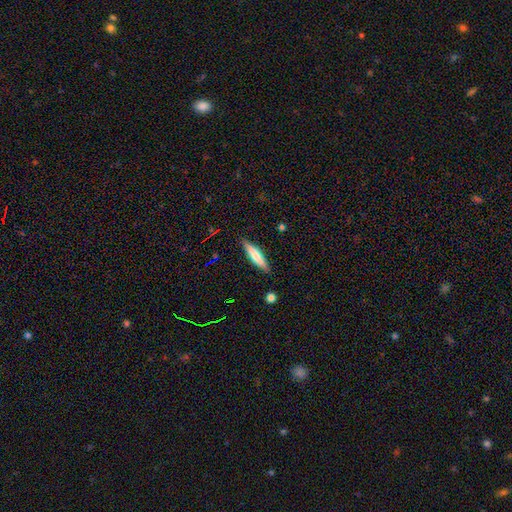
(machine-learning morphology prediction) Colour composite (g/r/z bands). It shows a smooth galaxy with no disk features (65%) that is cigar-shaped (84%). Merging: none (89%).